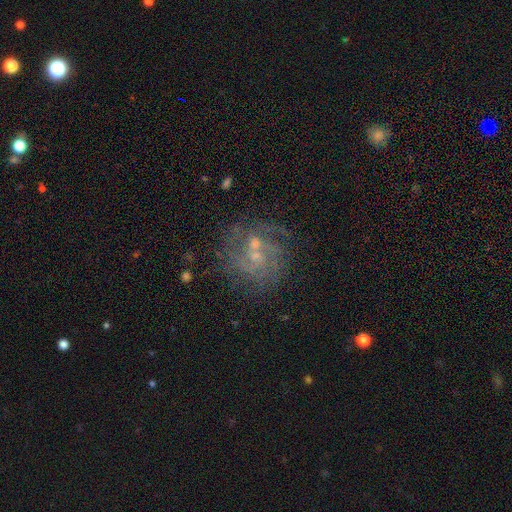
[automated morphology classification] Smooth or featured?
  - featured or disk: 71% *
  - star or artifact: 15%
  - smooth: 14%
Edge-on disk?
  - no: 97% *
  - yes: 3%
Bar?
  - no: 51% *
  - weak: 41%
  - strong: 8%
Spiral arms?
  - yes: 85% *
  - no: 15%
Spiral winding?
  - medium: 43% *
  - tight: 39%
  - loose: 18%
Spiral arm count?
  - can't tell: 34% *
  - 2: 26%
  - 3: 19%
  - 4: 8%
  - 1: 6%
  - more than 4: 6%
Bulge size?
  - small: 64% *
  - moderate: 22%
  - none: 11%
  - large: 2%
  - dominant: 1%
Merging?
  - none: 67% *
  - minor disturbance: 14%
  - major disturbance: 11%
  - merger: 8%